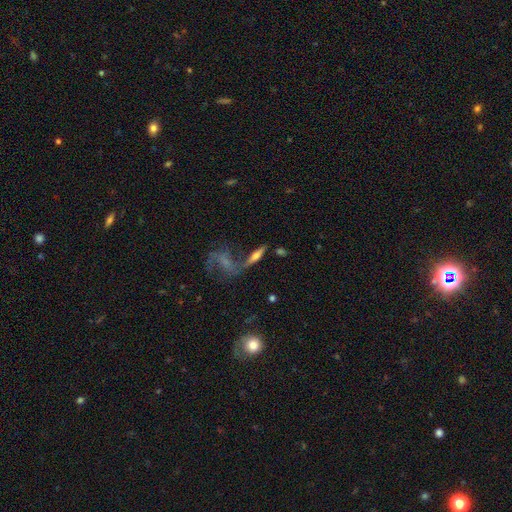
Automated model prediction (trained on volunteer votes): smooth_or_featured: featured or disk (p=0.52) [alt: smooth p=0.38]
disk_edge_on: yes (p=0.75) [alt: no p=0.25]
merging: none (p=0.50) [alt: merger p=0.22]